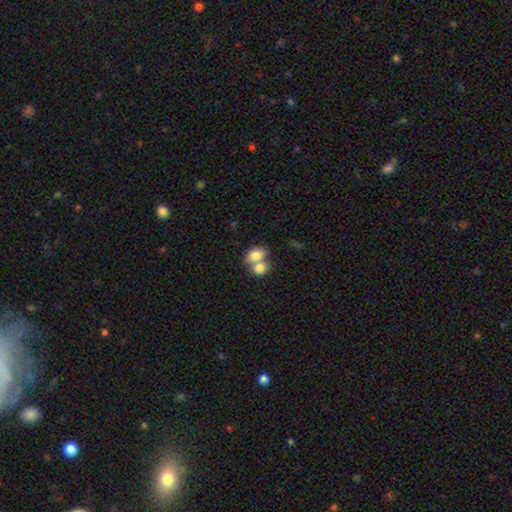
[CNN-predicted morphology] This is likely a smooth galaxy (78%). How rounded: likely in between (64%). Merging: likely merger (68%).